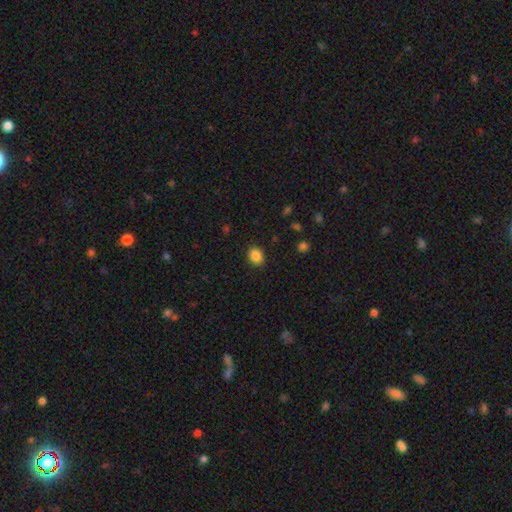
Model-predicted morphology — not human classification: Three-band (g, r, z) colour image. It shows a smooth galaxy with no disk features (87%) that is in between round and cigar-shaped (54%). Merging: none (88%).